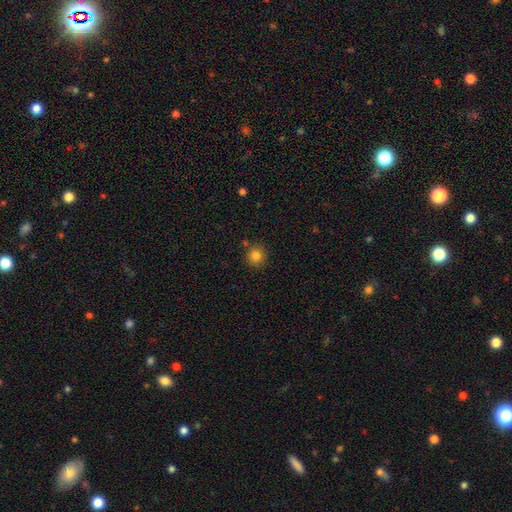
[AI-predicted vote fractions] A smooth galaxy with no disk features (82%) that is round (91%).

Vote fractions:
- Smooth or featured? smooth: 82% / star or artifact: 12% / featured or disk: 6%
- How rounded? round: 91% / in between: 8% / cigar-shaped: 1%
- Merging? none: 84% / minor disturbance: 9% / merger: 5% / major disturbance: 2%